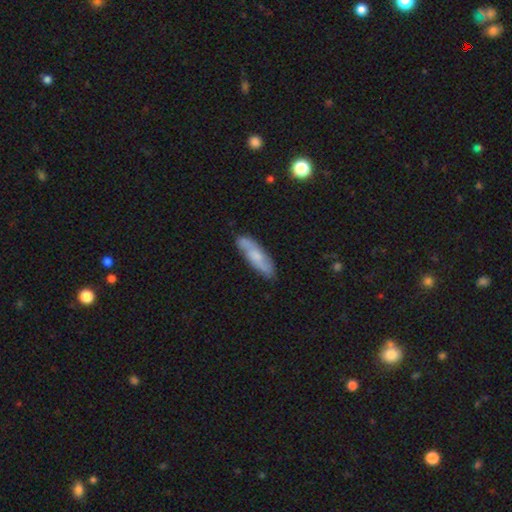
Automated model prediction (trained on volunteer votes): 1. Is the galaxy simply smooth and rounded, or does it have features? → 48% smooth, 46% featured or disk, 6% star or artifact.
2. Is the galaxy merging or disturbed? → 81% none, 14% minor disturbance, 3% major disturbance, 2% merger.